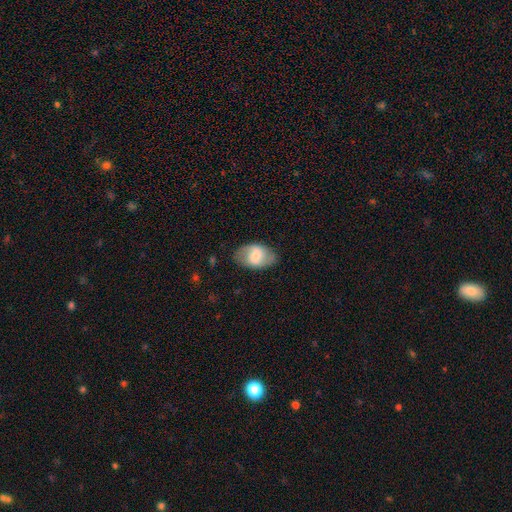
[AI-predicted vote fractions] Q: Smooth or featured?
A: smooth (52%); runner-up: featured or disk (41%)
Q: How rounded?
A: in between (90%); runner-up: round (8%)
Q: Merging?
A: none (78%); runner-up: minor disturbance (16%)